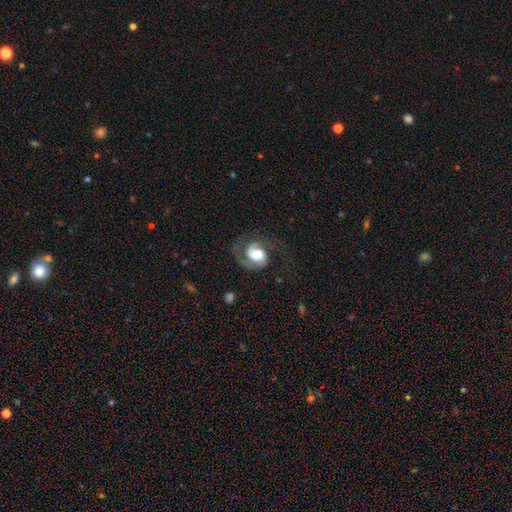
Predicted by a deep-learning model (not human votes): This is likely a featured or disk galaxy (72%). It is clearly not viewed edge-on (97%). Bar: possibly no (48%). Spiral arm pattern: clearly yes (93%). Spiral arm count: possibly 2 (58%). Spiral winding: possibly medium (46%). Central bulge: marginally large (41%, tied with moderate). Merging: possibly none (51%).